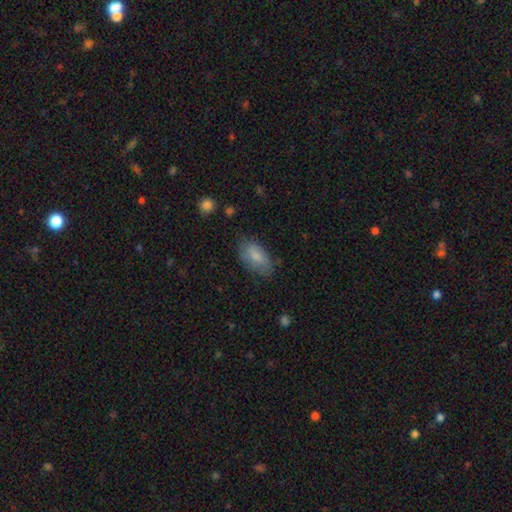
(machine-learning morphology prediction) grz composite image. It shows a smooth galaxy with no disk features (82%) that is in between round and cigar-shaped (92%). Merging: none (69%).